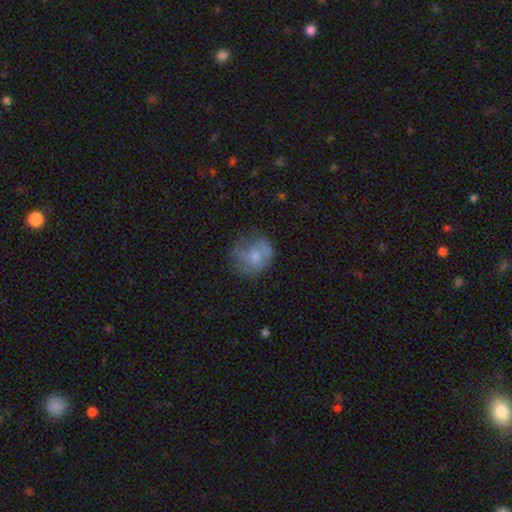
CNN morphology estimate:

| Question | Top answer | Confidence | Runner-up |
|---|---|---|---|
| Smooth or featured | smooth | 58% | featured or disk (33%) |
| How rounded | round | 71% | in between (28%) |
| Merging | none | 48% | minor disturbance (28%) |